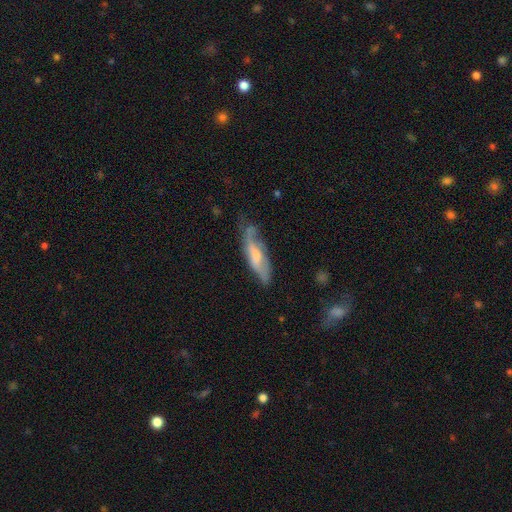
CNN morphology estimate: Smooth or featured?
  - featured or disk: 58% *
  - smooth: 36%
  - star or artifact: 7%
Edge-on disk?
  - no: 60% *
  - yes: 40%
Merging?
  - none: 54% *
  - minor disturbance: 30%
  - major disturbance: 13%
  - merger: 3%